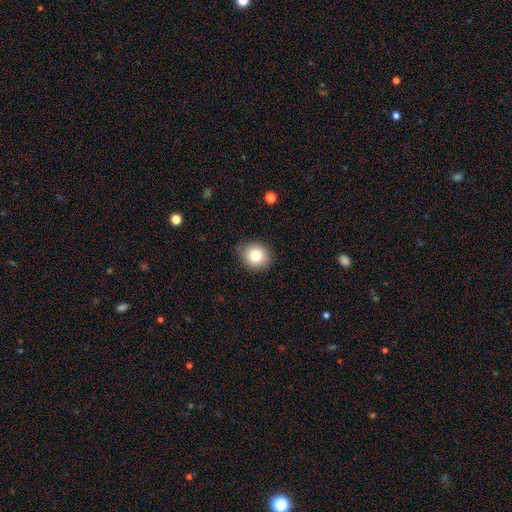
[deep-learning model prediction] Overall: smooth (80%). How rounded: round (82%). Merging: none (83%).